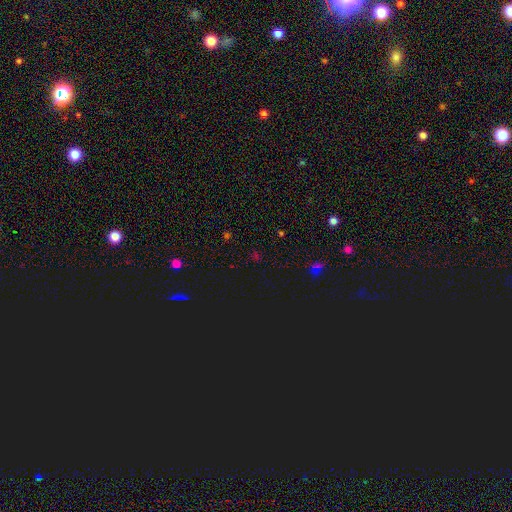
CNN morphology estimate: Smooth or featured: star or artifact — 68% (smooth — 25%)